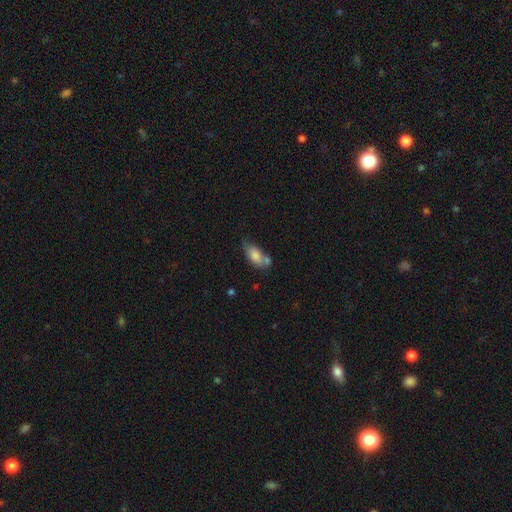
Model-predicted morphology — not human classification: type=smooth (78%); roundness=in between (85%); merging=none (41%).